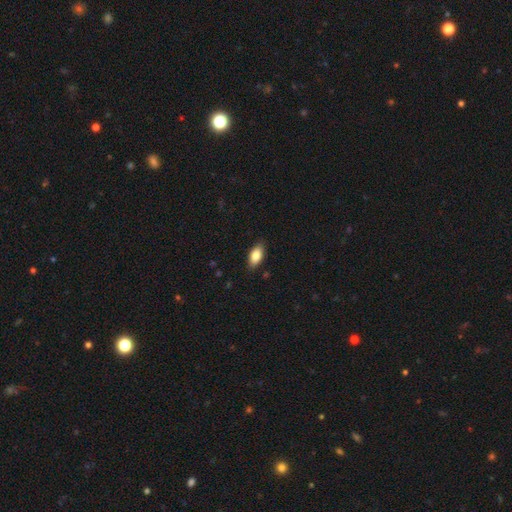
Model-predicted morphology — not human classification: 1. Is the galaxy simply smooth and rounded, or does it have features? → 83% smooth, 10% featured or disk, 7% star or artifact.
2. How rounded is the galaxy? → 89% in between, 7% cigar-shaped, 3% round.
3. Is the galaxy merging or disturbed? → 86% none, 11% minor disturbance, 2% major disturbance, 1% merger.